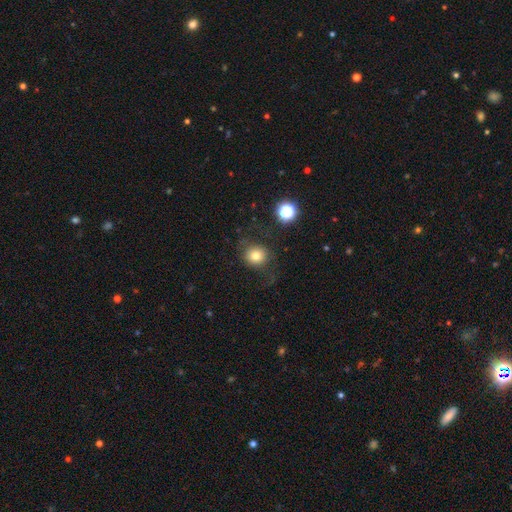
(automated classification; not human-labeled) The model was most divided on "merging": none: 71%, minor disturbance: 15%, major disturbance: 12%, merger: 2%. More confident: how rounded — round (84%); smooth or featured — smooth (75%).